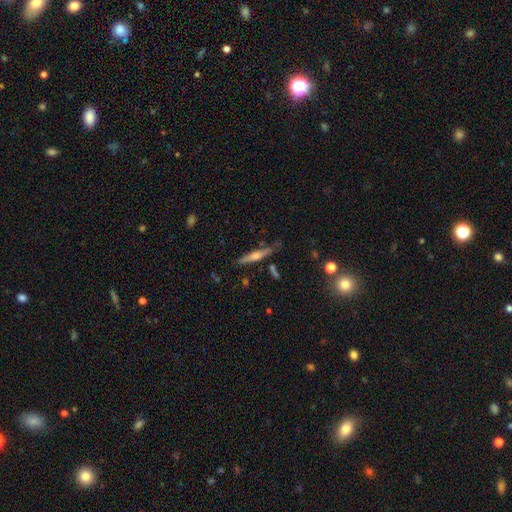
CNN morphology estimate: featured or disk 65%, smooth 28%, star or artifact 7%. Down the decision tree: edge-on disk — yes (95%); edge-on bulge — rounded (88%); merging — none (80%).